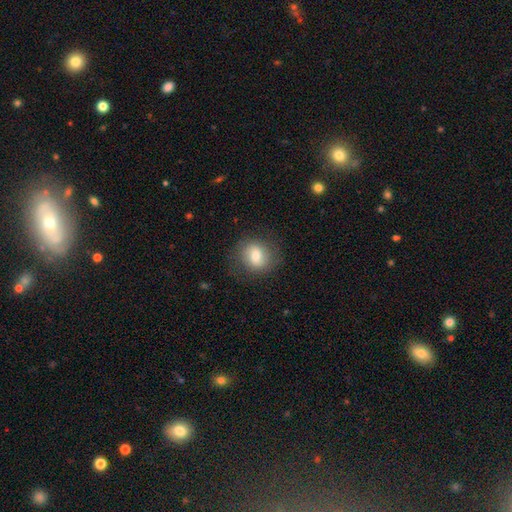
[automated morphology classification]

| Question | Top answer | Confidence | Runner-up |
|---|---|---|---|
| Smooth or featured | smooth | 71% | featured or disk (21%) |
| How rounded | round | 71% | in between (28%) |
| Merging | none | 80% | minor disturbance (14%) |